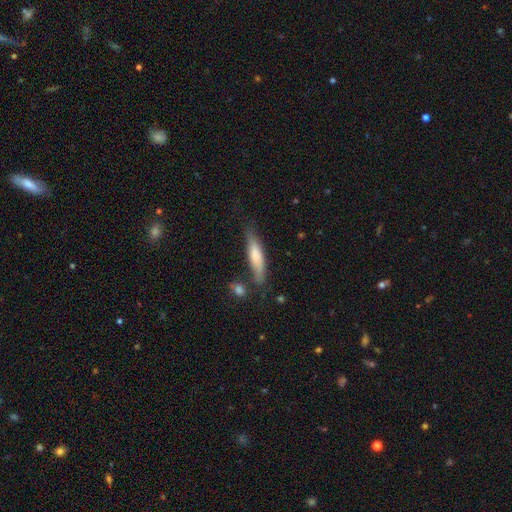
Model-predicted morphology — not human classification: Overall: smooth (70%). How rounded: cigar-shaped (73%). Merging: none (60%; minor disturbance 25%).